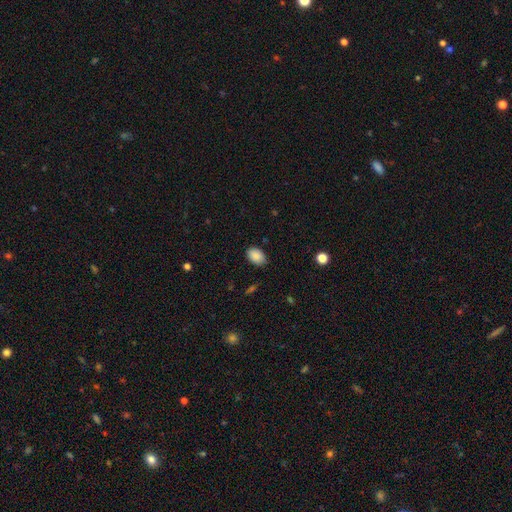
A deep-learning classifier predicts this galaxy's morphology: smooth_or_featured: smooth (p=0.88) [alt: star or artifact p=0.08]
how_rounded: in between (p=0.82) [alt: round p=0.17]
merging: none (p=0.84) [alt: minor disturbance p=0.13]